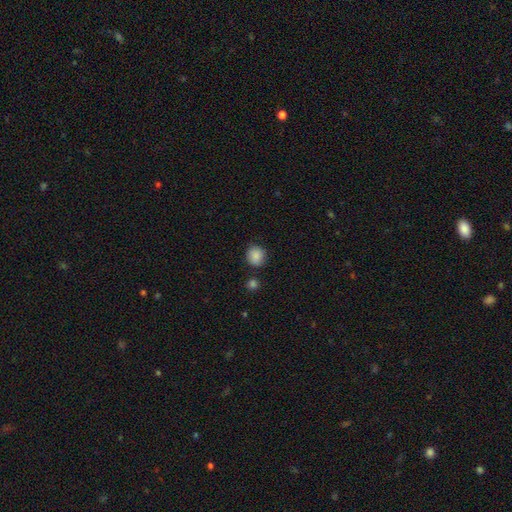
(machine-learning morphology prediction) smooth 88%, star or artifact 9%, featured or disk 4%. Down the decision tree: how rounded — round (85%); merging — none (82%).